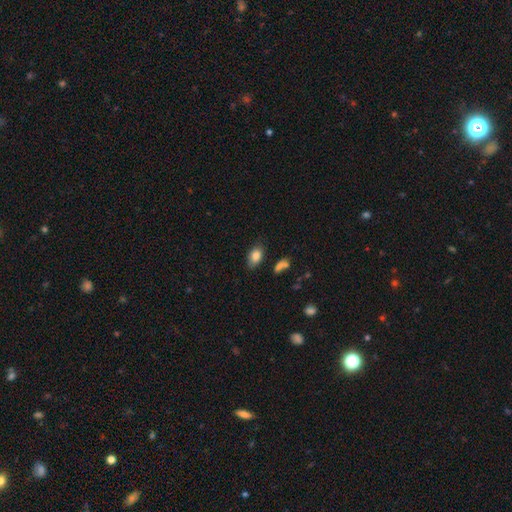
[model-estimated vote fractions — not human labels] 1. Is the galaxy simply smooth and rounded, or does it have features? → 83% smooth, 9% featured or disk, 8% star or artifact.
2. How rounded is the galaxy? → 88% in between, 10% round, 2% cigar-shaped.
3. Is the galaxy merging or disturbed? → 78% none, 15% minor disturbance, 4% merger, 3% major disturbance.